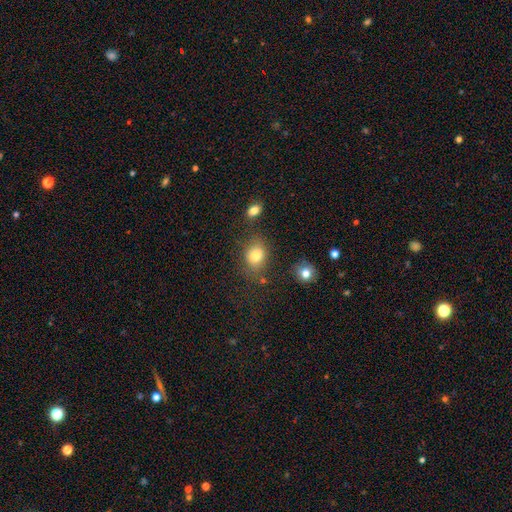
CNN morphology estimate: The model was most divided on "how rounded": in between: 52%, round: 47%, cigar-shaped: 1%. More confident: smooth or featured — smooth (80%); merging — none (70%).